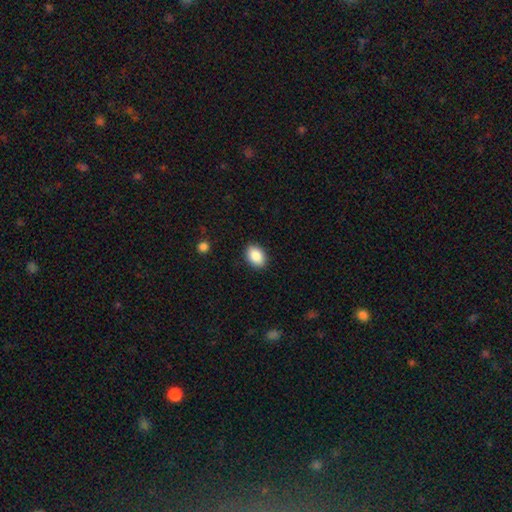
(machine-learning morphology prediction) This is clearly a smooth galaxy (88%). How rounded: clearly in between (81%). Merging: clearly none (89%).